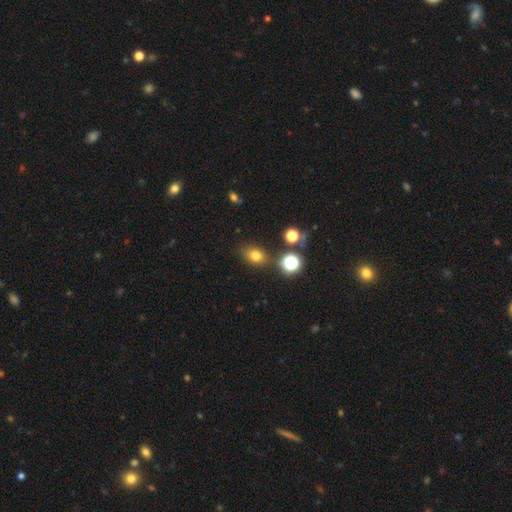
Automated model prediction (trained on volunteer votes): smooth_or_featured: smooth (p=0.74) [alt: star or artifact p=0.17]
how_rounded: in between (p=0.61) [alt: round p=0.38]
merging: none (p=0.77) [alt: minor disturbance p=0.13]